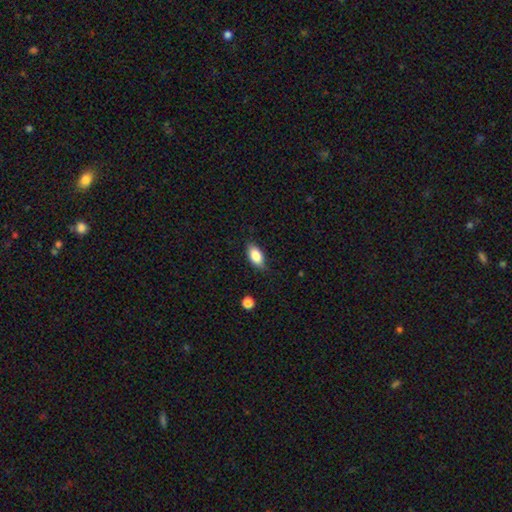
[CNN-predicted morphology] type=smooth (83%); roundness=in between (90%); merging=none (82%).